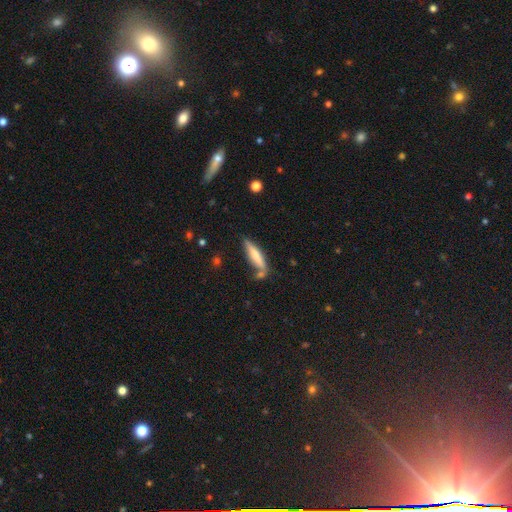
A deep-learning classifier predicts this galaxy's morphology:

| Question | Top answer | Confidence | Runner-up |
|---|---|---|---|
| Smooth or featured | smooth | 58% | featured or disk (35%) |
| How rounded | cigar-shaped | 80% | in between (19%) |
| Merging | none | 65% | minor disturbance (17%) |